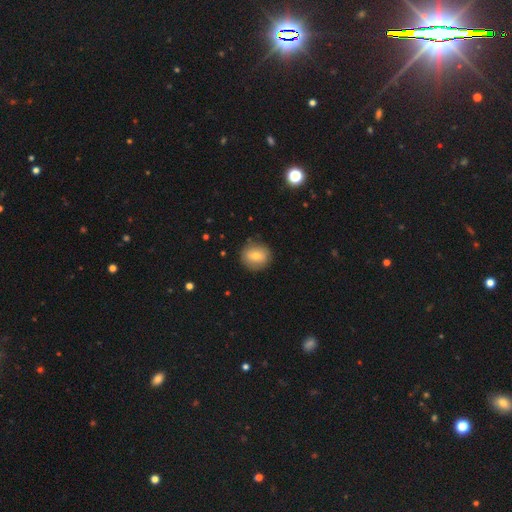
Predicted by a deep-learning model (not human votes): The model was most divided on "smooth or featured": smooth: 74%, featured or disk: 18%, star or artifact: 9%. More confident: merging — none (86%); how rounded — round (80%).